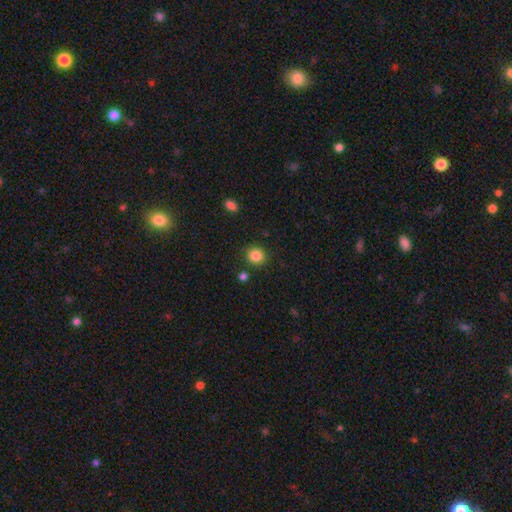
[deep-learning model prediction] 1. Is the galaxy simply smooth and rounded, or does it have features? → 85% smooth, 11% star or artifact, 4% featured or disk.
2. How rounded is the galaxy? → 91% round, 8% in between, 1% cigar-shaped.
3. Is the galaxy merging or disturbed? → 88% none, 7% minor disturbance, 3% merger, 2% major disturbance.